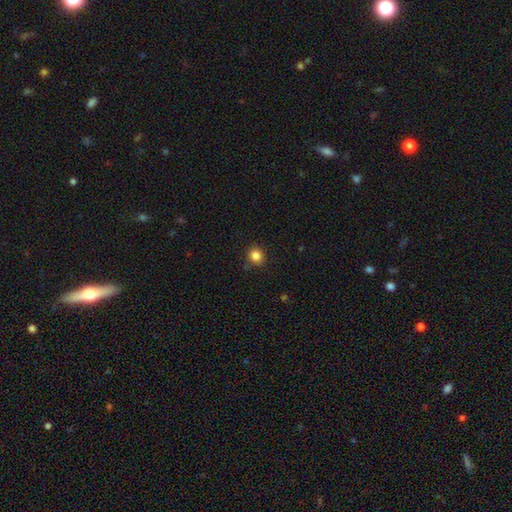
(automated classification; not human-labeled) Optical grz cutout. It shows a smooth galaxy with no disk features (84%) that is round (86%). Merging: none (89%).